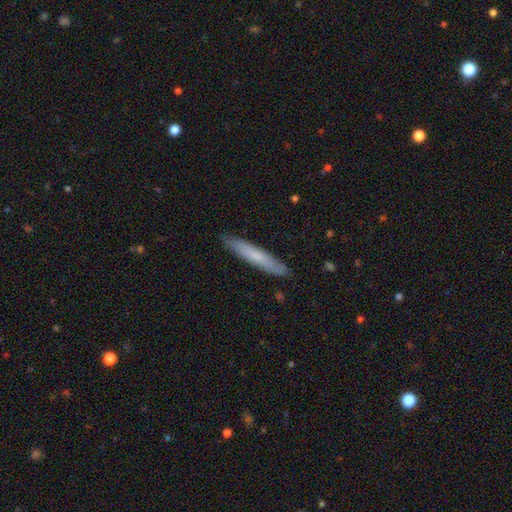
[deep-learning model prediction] Overall: smooth (64%; featured or disk 31%). How rounded: cigar-shaped (93%). Merging: none (88%).